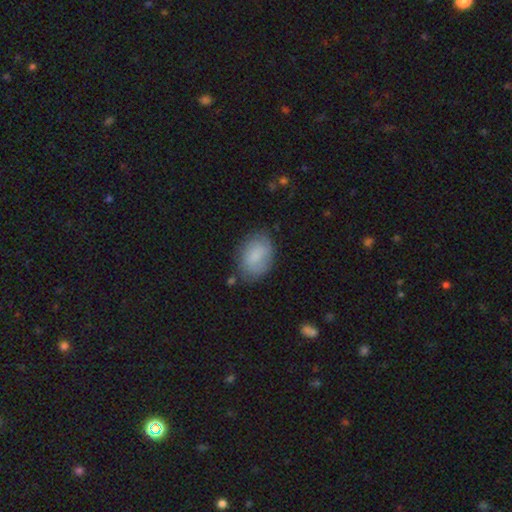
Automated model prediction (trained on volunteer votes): smooth_or_featured: smooth (p=0.78) [alt: featured or disk p=0.15]
how_rounded: in between (p=0.83) [alt: round p=0.16]
merging: none (p=0.73) [alt: minor disturbance p=0.20]